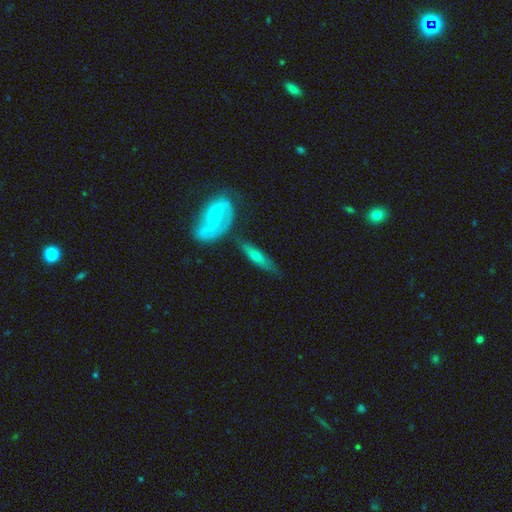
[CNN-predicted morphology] featured or disk 57%, smooth 35%, star or artifact 8%. Down the decision tree: edge-on disk — yes (62%); merging — none (60%).